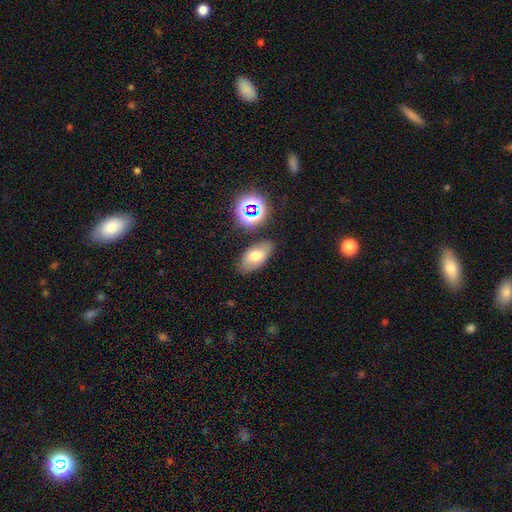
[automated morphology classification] Smooth or featured? smooth (67%)
How rounded? in between (90%)
Merging? none (76%)